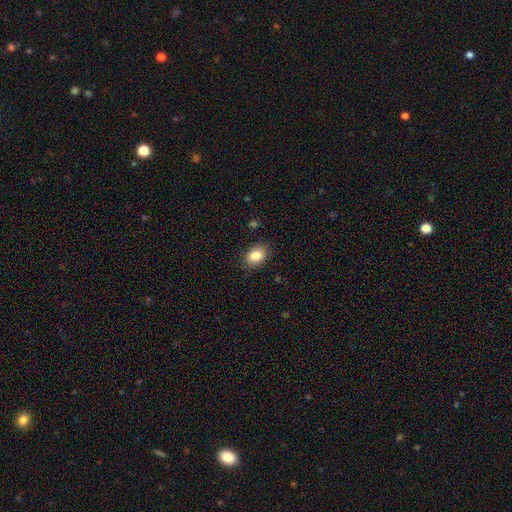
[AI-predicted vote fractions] Smooth or featured? Predicted: smooth (p=0.85). How rounded? Predicted: in between (p=0.75). Merging? Predicted: none (p=0.85).